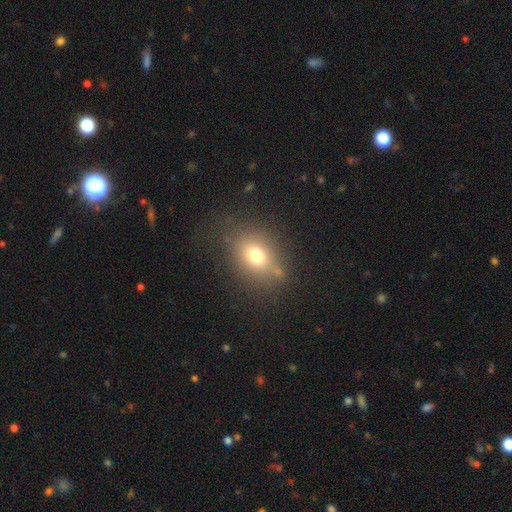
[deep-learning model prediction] Overall: smooth (71%). How rounded: in between (53%; round 45%). Merging: none (73%).